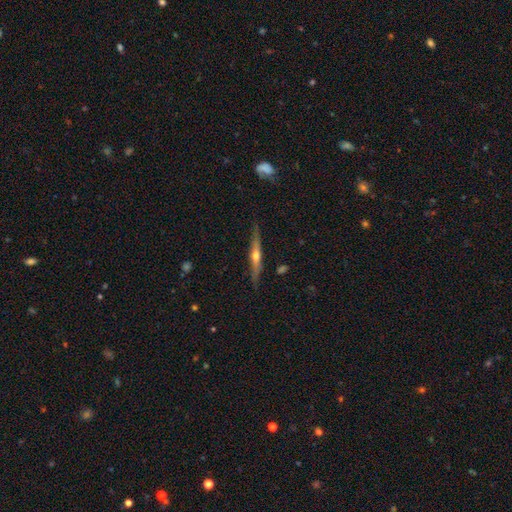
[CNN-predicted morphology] Smooth or featured? Predicted: featured or disk (p=0.69). Edge-on disk? Predicted: yes (p=0.96). Edge-on bulge? Predicted: rounded (p=0.87). Merging? Predicted: none (p=0.86).